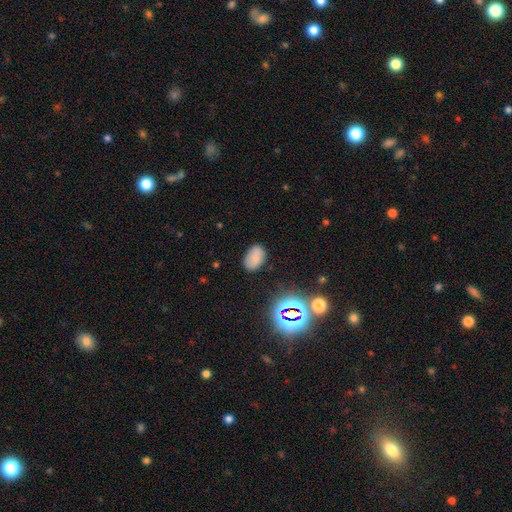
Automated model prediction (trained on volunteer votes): This is likely a smooth galaxy (71%). How rounded: clearly in between (89%). Merging: likely none (80%).